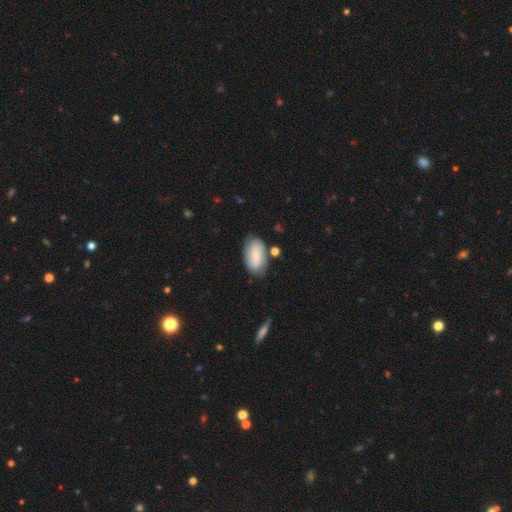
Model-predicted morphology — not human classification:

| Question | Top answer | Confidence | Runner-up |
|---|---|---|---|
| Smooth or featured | smooth | 64% | featured or disk (29%) |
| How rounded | in between | 93% | round (4%) |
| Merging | none | 70% | minor disturbance (19%) |